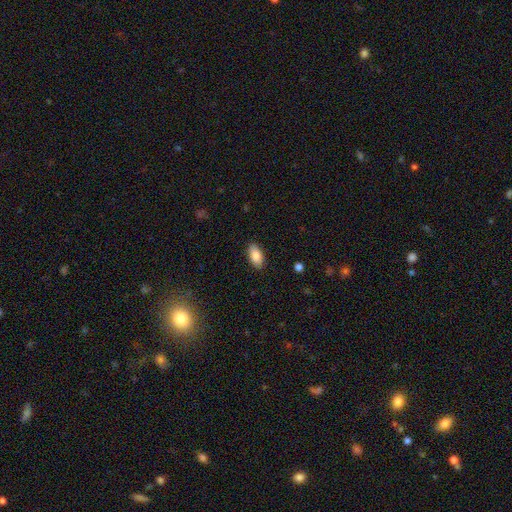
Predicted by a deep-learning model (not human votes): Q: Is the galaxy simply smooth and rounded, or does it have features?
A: smooth — 87%.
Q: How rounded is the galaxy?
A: in between — 92%.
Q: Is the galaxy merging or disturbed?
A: none — 88%.